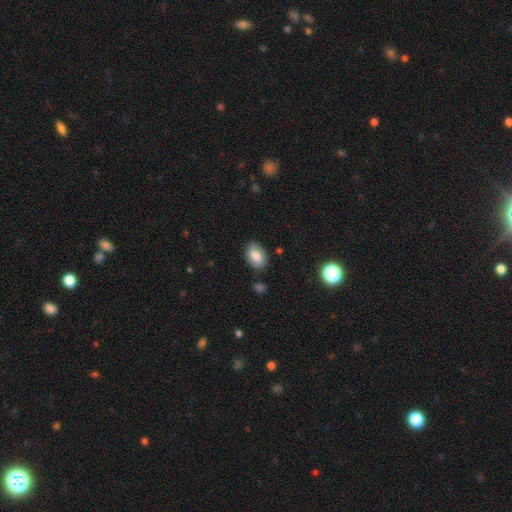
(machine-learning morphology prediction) smooth 79%, featured or disk 13%, star or artifact 8%. Down the decision tree: how rounded — in between (89%); merging — none (83%).